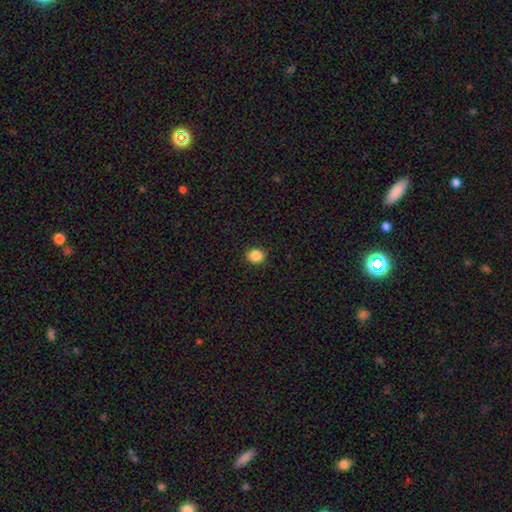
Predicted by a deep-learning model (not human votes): Q: Smooth or featured?
A: smooth (86%); runner-up: star or artifact (10%)
Q: How rounded?
A: round (77%); runner-up: in between (22%)
Q: Merging?
A: none (90%); runner-up: minor disturbance (7%)